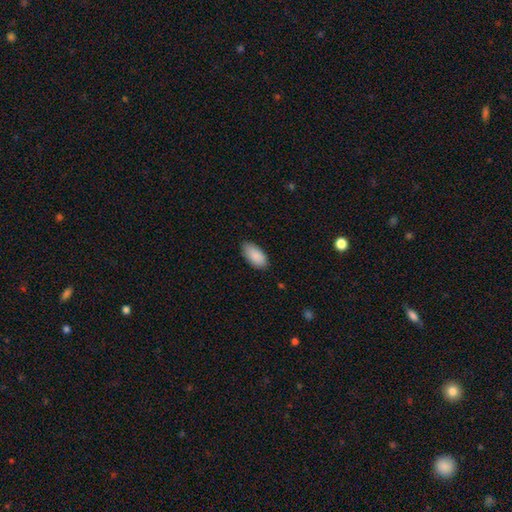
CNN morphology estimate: smooth-or-featured: smooth: 90% | star or artifact: 6% | featured or disk: 4%
  how-rounded: in between: 94% | cigar-shaped: 4% | round: 2%
  merging: none: 82% | minor disturbance: 14% | major disturbance: 2% | merger: 1%